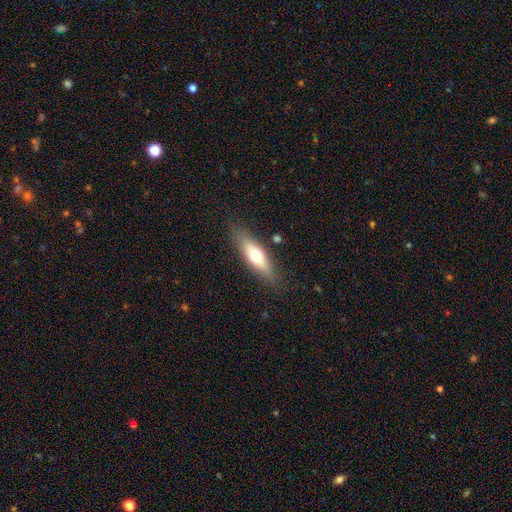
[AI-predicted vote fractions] This appears to be a smooth galaxy with no disk features (59%) that is cigar-shaped (53%). Merging: none (82%).